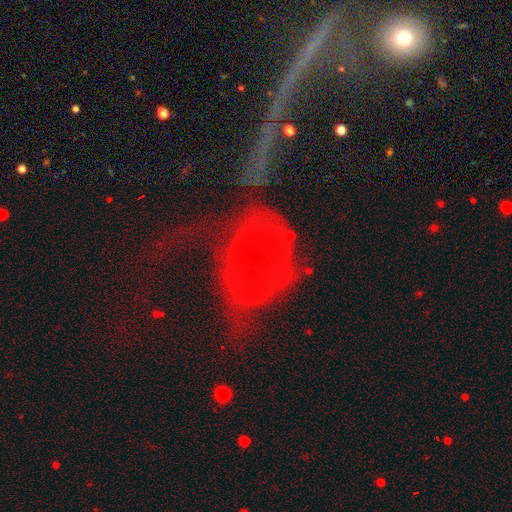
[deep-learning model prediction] Smooth or featured? featured or disk (69%)
Edge-on disk? no (97%)
Bar? no (79%)
Spiral arms? yes (51%)
Bulge size? small (62%)
Merging? major disturbance (38%)